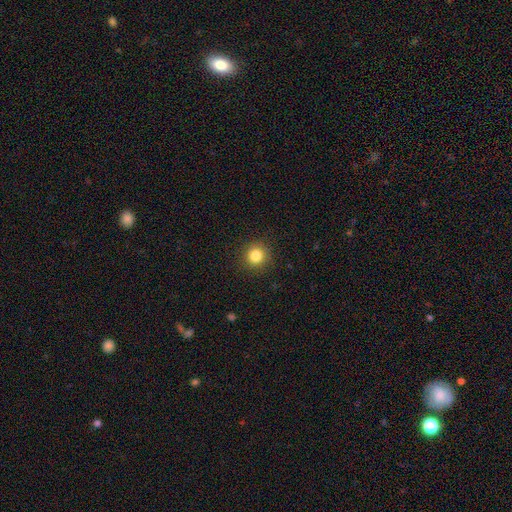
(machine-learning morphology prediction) The model was most divided on "smooth or featured": smooth: 84%, star or artifact: 11%, featured or disk: 5%. More confident: how rounded — round (93%); merging — none (90%).